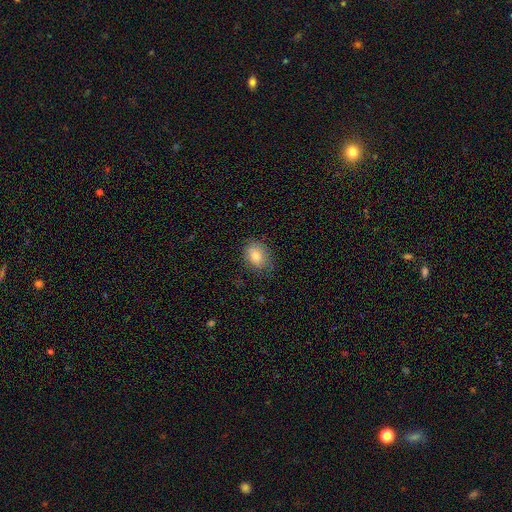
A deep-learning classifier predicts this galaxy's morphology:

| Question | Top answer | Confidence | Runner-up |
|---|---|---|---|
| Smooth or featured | smooth | 79% | featured or disk (12%) |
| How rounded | in between | 67% | round (32%) |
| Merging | none | 74% | minor disturbance (21%) |